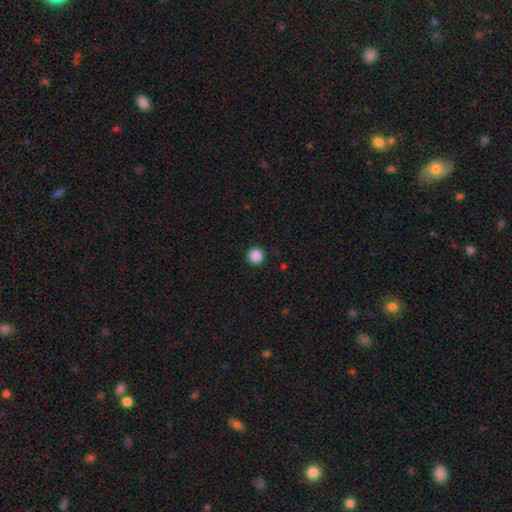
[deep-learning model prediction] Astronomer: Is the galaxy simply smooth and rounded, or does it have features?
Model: smooth — 88%.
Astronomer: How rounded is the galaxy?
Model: round — 96%.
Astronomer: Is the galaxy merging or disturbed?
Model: none — 93%.